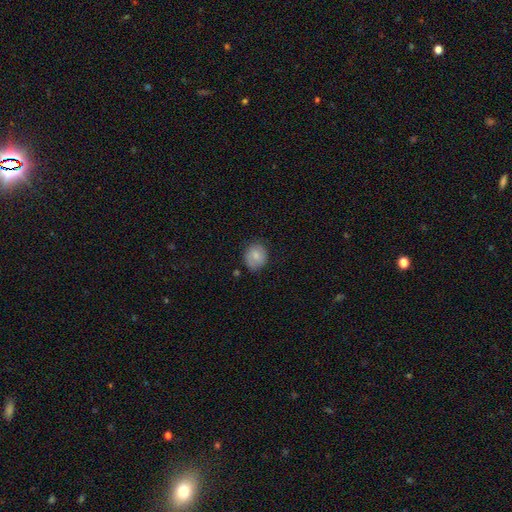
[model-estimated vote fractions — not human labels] A smooth galaxy with no disk features (77%) that is round (69%). Merging: none (75%).